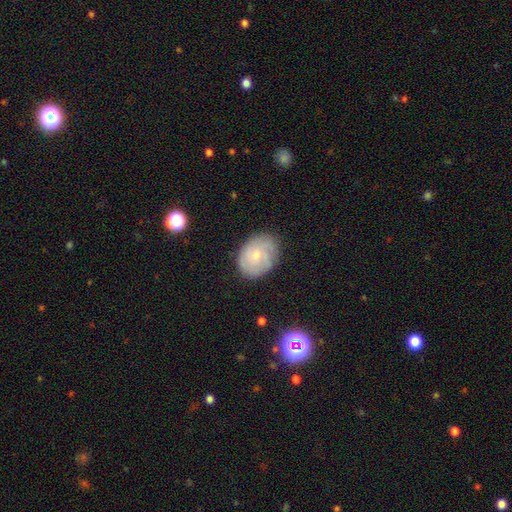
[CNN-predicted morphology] featured or disk 46% (tied), smooth 46% (tied), star or artifact 8%. Down the decision tree: merging — none (73%).